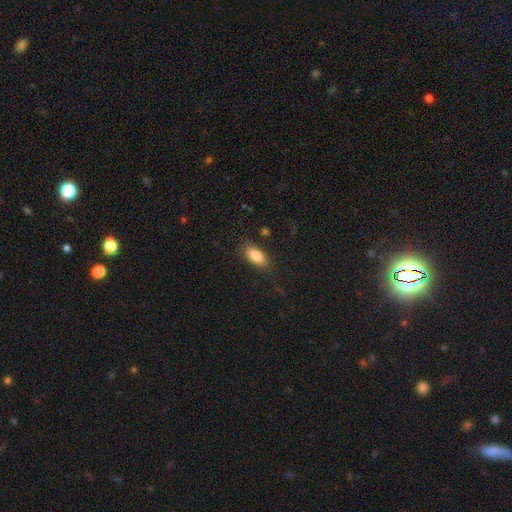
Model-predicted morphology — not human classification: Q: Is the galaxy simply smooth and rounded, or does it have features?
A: smooth — 84%.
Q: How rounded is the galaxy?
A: in between — 88%.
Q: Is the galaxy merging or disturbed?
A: none — 82%.